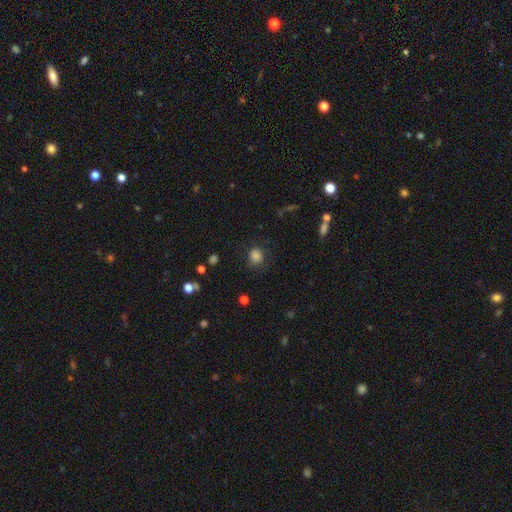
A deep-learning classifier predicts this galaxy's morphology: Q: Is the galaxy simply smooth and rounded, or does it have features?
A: smooth — 83%.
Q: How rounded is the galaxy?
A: round — 78%.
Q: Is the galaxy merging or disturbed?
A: none — 76%.